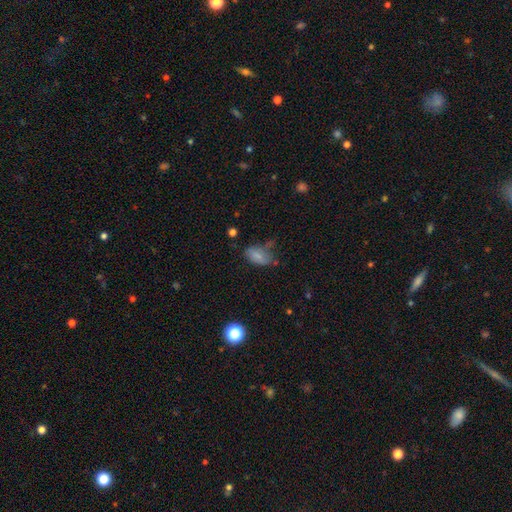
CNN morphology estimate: Smooth or featured?
  - smooth: 66% *
  - star or artifact: 18%
  - featured or disk: 16%
How rounded?
  - in between: 87% *
  - round: 9%
  - cigar-shaped: 4%
Merging?
  - none: 50% *
  - minor disturbance: 30%
  - major disturbance: 14%
  - merger: 6%